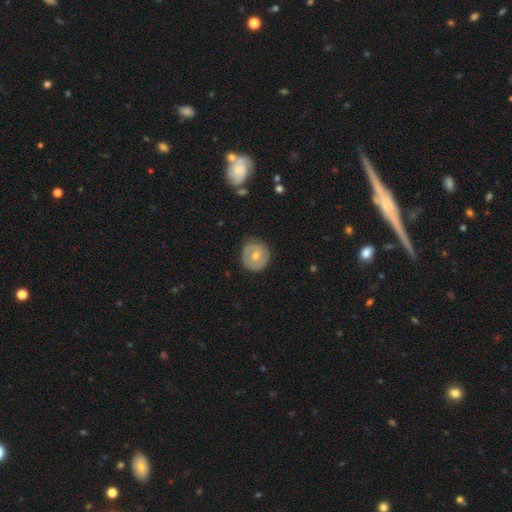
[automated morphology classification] Smooth or featured?
  - smooth: 49% *
  - featured or disk: 45%
  - star or artifact: 6%
Merging?
  - none: 82% *
  - minor disturbance: 13%
  - major disturbance: 3%
  - merger: 1%